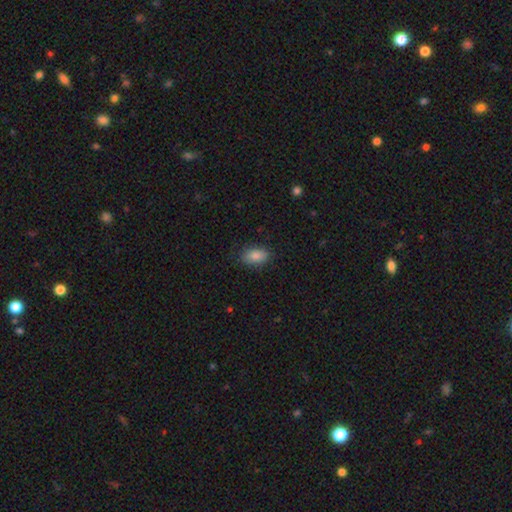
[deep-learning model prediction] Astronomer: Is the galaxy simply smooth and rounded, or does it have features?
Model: smooth — 85%.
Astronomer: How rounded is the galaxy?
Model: in between — 90%.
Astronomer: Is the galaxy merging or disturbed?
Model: none — 84%.